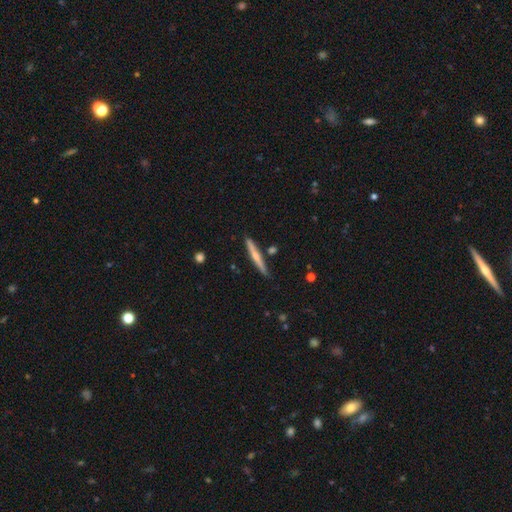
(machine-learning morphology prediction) smooth-or-featured: featured or disk: 51% | smooth: 43% | star or artifact: 6%
  disk-edge-on: yes: 97% | no: 3%
  merging: none: 85% | minor disturbance: 10% | merger: 3% | major disturbance: 2%